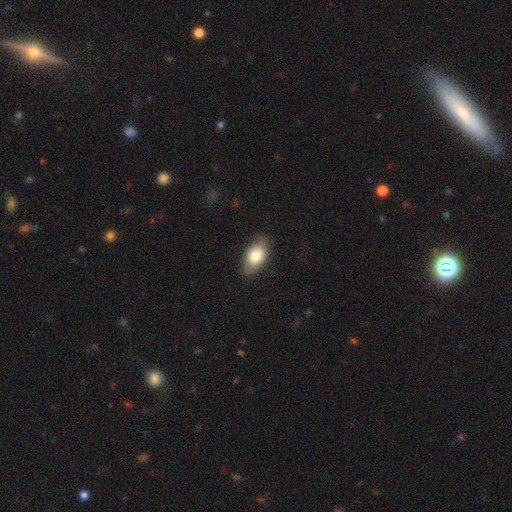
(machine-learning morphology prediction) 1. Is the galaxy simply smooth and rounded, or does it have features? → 79% smooth, 14% featured or disk, 7% star or artifact.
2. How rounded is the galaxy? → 92% in between, 6% round, 2% cigar-shaped.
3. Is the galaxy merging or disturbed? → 82% none, 14% minor disturbance, 3% major disturbance, 1% merger.